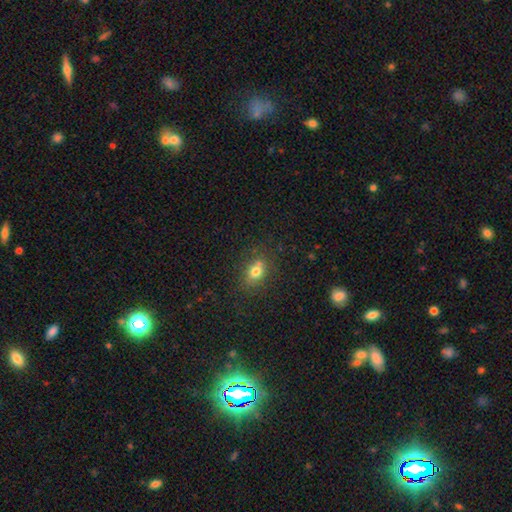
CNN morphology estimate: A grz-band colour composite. It shows a smooth galaxy with no disk features (58%) that is in between round and cigar-shaped (61%). Merging: none (87%).